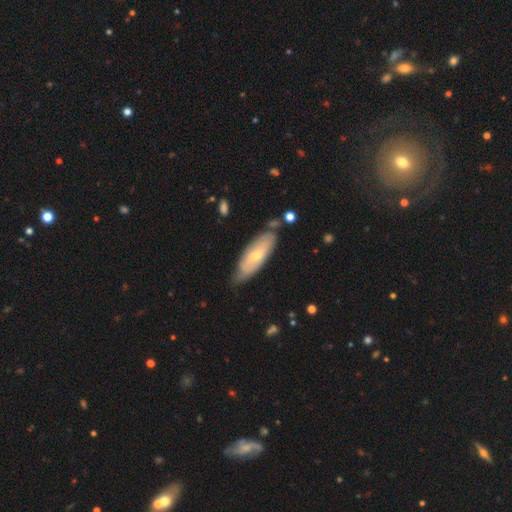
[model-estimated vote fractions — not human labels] This appears to be a smooth galaxy with no disk features (52%) that is in between round and cigar-shaped (63%). Merging: none (70%).